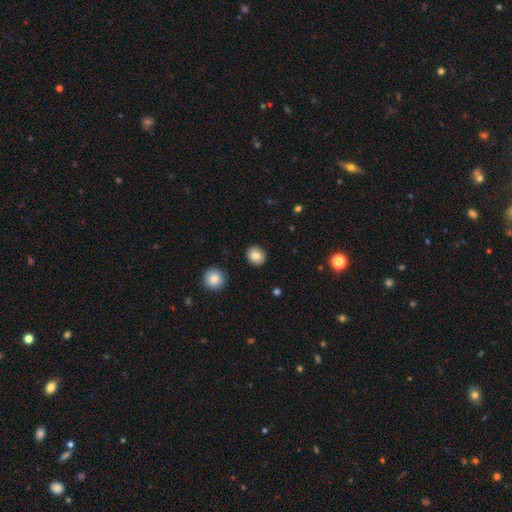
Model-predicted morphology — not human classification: type=smooth (83%); roundness=round (74%); merging=none (90%).